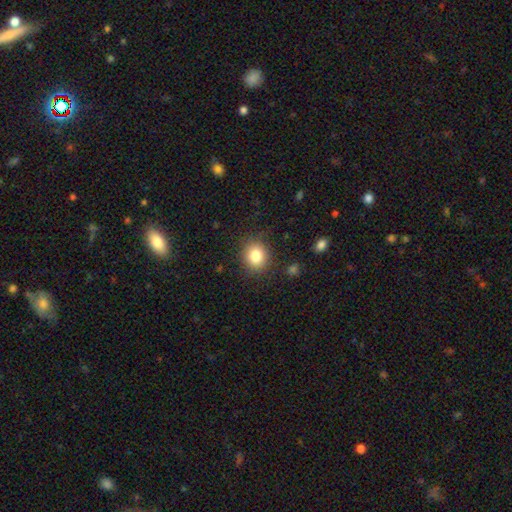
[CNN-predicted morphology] Q: Smooth or featured?
A: smooth (82%); runner-up: star or artifact (11%)
Q: How rounded?
A: round (73%); runner-up: in between (26%)
Q: Merging?
A: none (85%); runner-up: minor disturbance (10%)